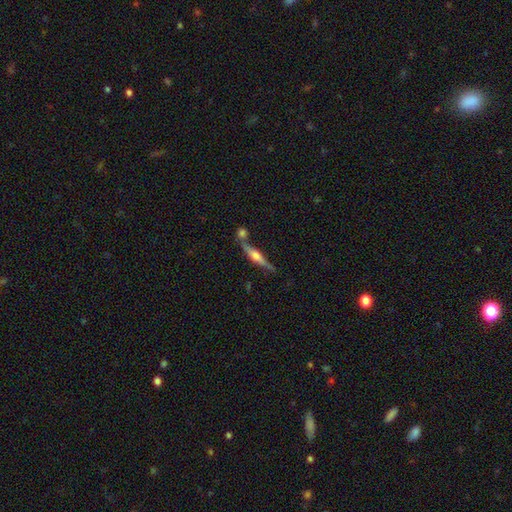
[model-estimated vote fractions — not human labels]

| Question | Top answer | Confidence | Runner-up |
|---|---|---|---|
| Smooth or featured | featured or disk | 71% | smooth (23%) |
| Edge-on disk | yes | 96% | no (4%) |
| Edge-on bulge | rounded | 85% | boxy (11%) |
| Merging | none | 63% | merger (21%) |